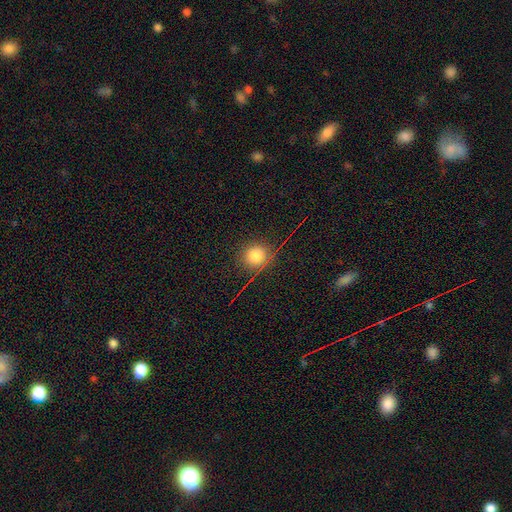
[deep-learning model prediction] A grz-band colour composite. It shows a smooth galaxy with no disk features (78%) that is round (90%). Merging: none (85%).